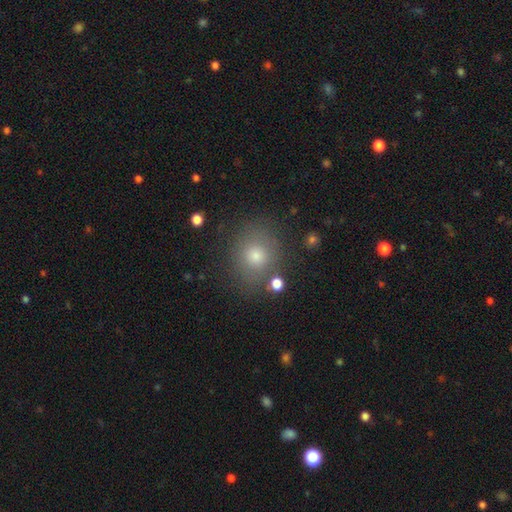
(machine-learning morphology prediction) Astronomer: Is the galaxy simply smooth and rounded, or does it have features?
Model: smooth — 73%.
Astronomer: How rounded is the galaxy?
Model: round — 78%.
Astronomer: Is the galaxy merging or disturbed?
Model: none — 82%.